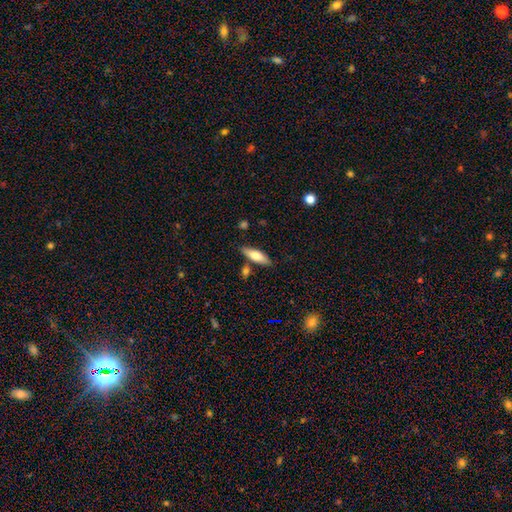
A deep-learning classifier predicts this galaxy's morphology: Smooth or featured?
  - smooth: 65% *
  - featured or disk: 29%
  - star or artifact: 6%
How rounded?
  - in between: 51% *
  - cigar-shaped: 46%
  - round: 2%
Merging?
  - none: 79% *
  - minor disturbance: 11%
  - merger: 7%
  - major disturbance: 3%